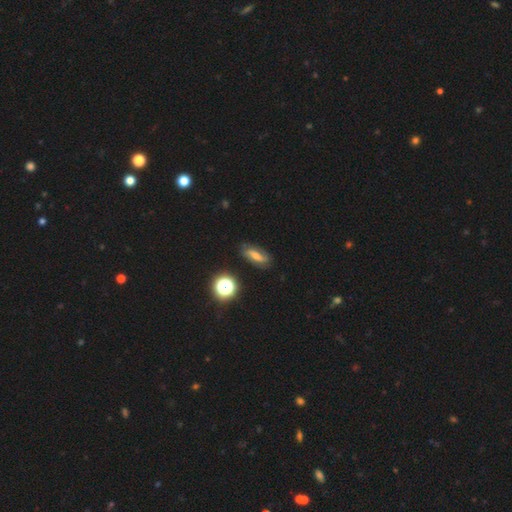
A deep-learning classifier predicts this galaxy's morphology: featured or disk 41%, smooth 39%, star or artifact 19%. Down the decision tree: merging — none (79%).